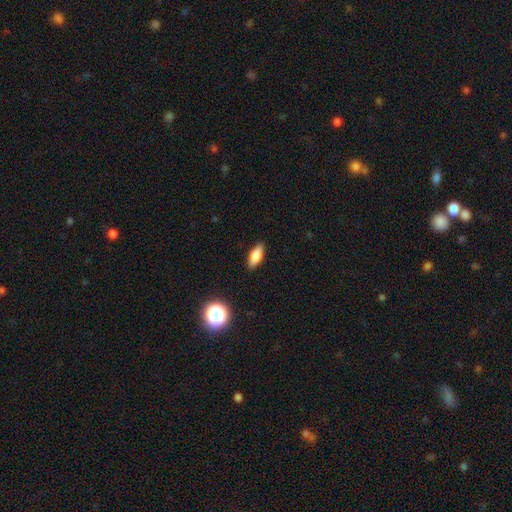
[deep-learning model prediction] Smooth or featured? smooth (78%)
How rounded? in between (76%)
Merging? none (88%)